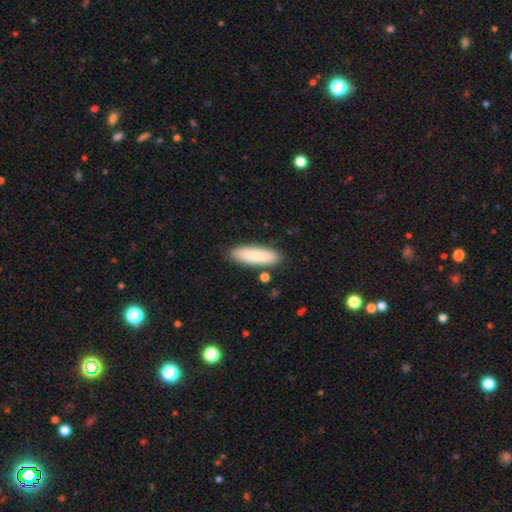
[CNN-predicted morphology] Smooth or featured?
  - smooth: 80% *
  - featured or disk: 14%
  - star or artifact: 6%
How rounded?
  - cigar-shaped: 56% *
  - in between: 42%
  - round: 2%
Merging?
  - none: 85% *
  - minor disturbance: 10%
  - merger: 3%
  - major disturbance: 2%